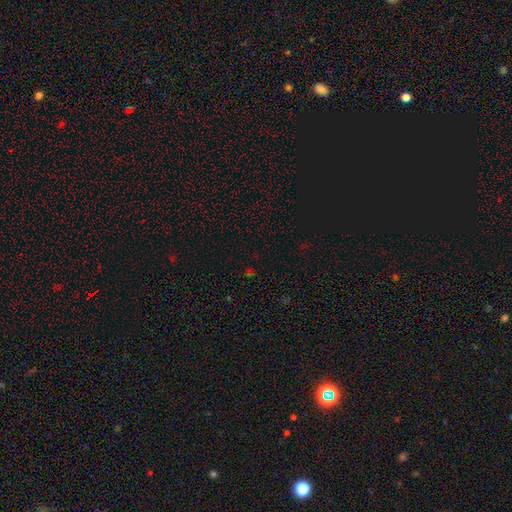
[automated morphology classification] star or artifact 61%, smooth 32%, featured or disk 7%.